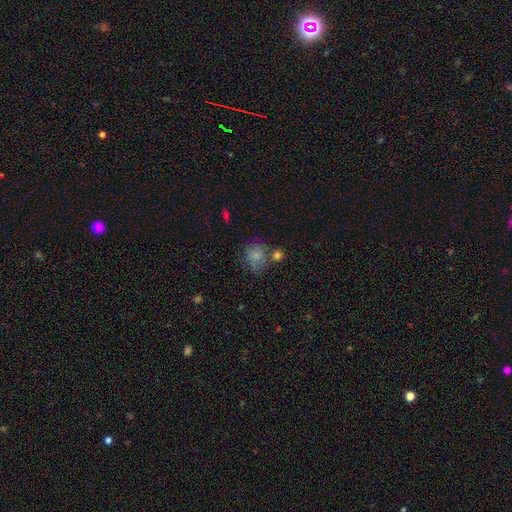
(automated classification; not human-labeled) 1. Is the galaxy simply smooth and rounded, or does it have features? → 72% smooth, 17% featured or disk, 10% star or artifact.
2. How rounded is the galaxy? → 68% round, 31% in between, 1% cigar-shaped.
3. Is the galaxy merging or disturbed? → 48% none, 20% merger, 20% minor disturbance, 11% major disturbance.